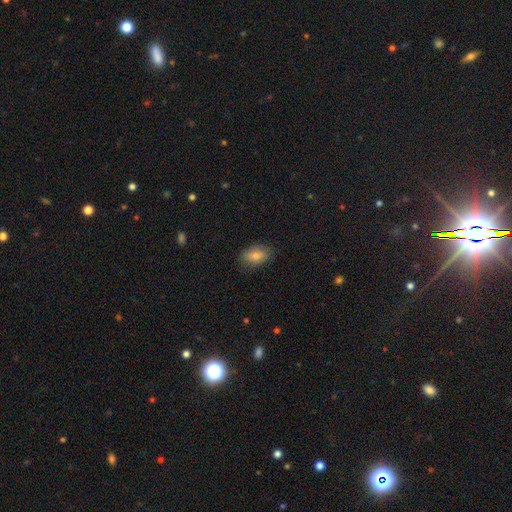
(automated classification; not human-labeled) Morphology: type=smooth (78%); roundness=in between (90%); merging=none (80%).